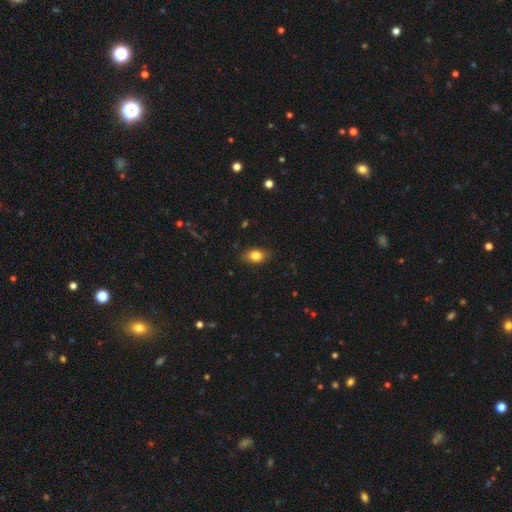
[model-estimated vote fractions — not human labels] smooth 81%, featured or disk 11%, star or artifact 9%. Down the decision tree: how rounded — in between (80%); merging — none (82%).